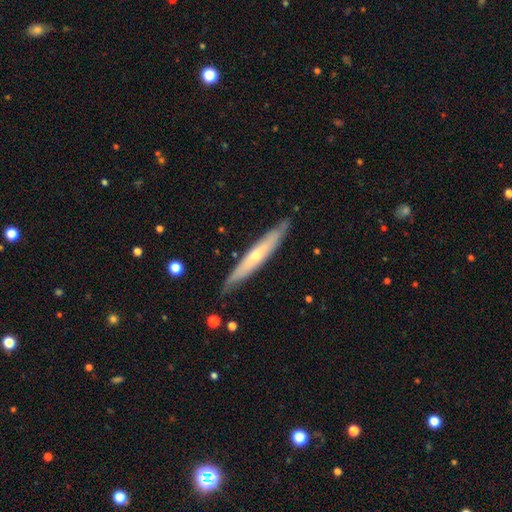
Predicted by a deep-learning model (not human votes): This appears to be a featured or disk galaxy (58%) viewed edge-on (86%). Merging: none (85%).